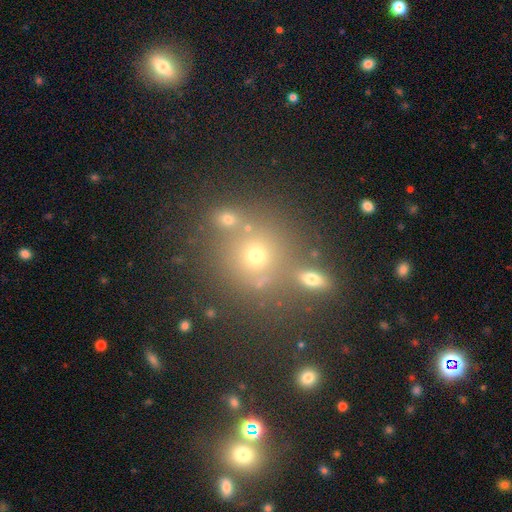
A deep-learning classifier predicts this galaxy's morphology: A smooth galaxy with no disk features (52%) that is round (85%).

Vote fractions:
- Smooth or featured? smooth: 52% / star or artifact: 33% / featured or disk: 14%
- How rounded? round: 85% / in between: 14% / cigar-shaped: 1%
- Merging? none: 66% / merger: 19% / minor disturbance: 10% / major disturbance: 5%